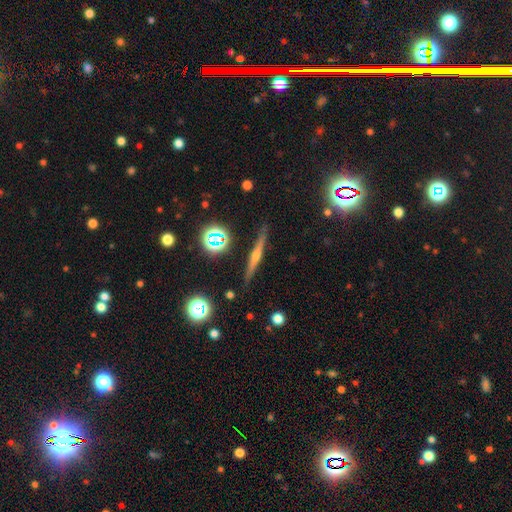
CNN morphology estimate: Smooth or featured?
  - featured or disk: 64% *
  - smooth: 23%
  - star or artifact: 13%
Edge-on disk?
  - yes: 97% *
  - no: 3%
Edge-on bulge?
  - rounded: 79% *
  - none: 13%
  - boxy: 8%
Merging?
  - none: 88% *
  - minor disturbance: 8%
  - major disturbance: 2%
  - merger: 2%